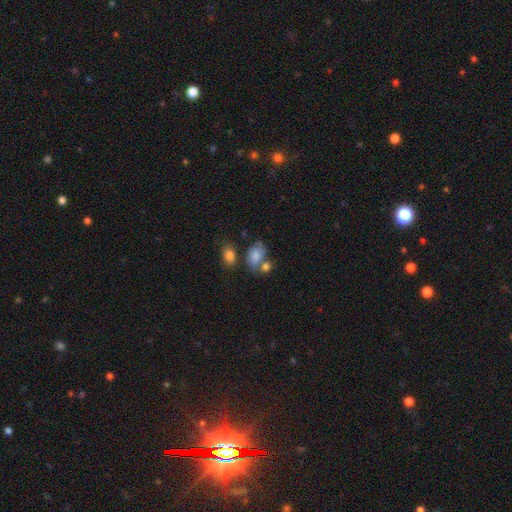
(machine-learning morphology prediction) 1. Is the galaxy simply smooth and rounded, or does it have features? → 77% smooth, 14% featured or disk, 9% star or artifact.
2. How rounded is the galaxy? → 86% in between, 12% round, 2% cigar-shaped.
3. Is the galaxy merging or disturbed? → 43% none, 27% merger, 21% minor disturbance, 9% major disturbance.